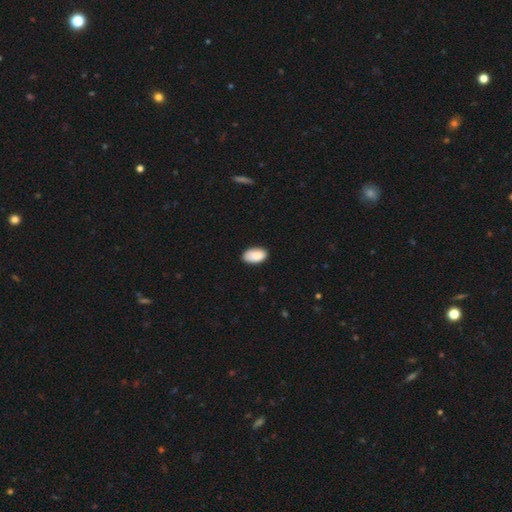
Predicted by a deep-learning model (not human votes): A smooth galaxy with no disk features (89%) that is in between round and cigar-shaped (95%). Merging: none (81%).